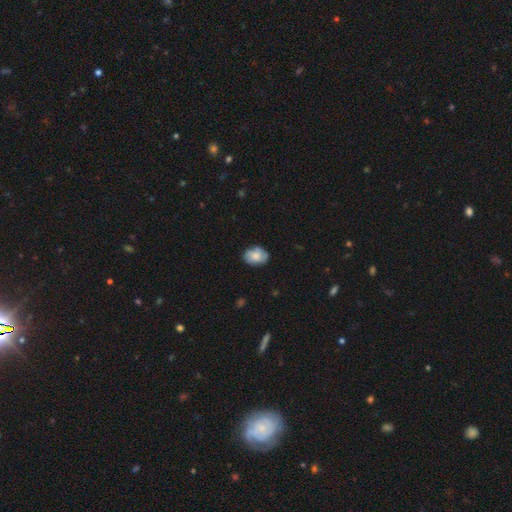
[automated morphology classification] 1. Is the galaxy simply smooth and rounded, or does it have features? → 66% smooth, 27% featured or disk, 8% star or artifact.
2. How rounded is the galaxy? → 72% in between, 27% round, 1% cigar-shaped.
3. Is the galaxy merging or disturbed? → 74% none, 20% minor disturbance, 4% major disturbance, 1% merger.